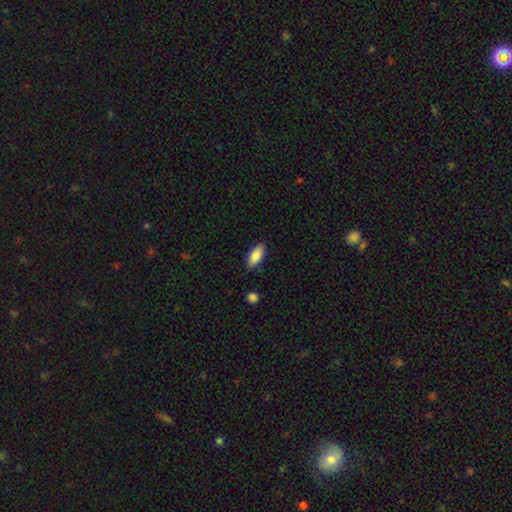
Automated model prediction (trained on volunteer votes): This is clearly a smooth galaxy (87%). How rounded: clearly in between (89%). Merging: clearly none (85%).